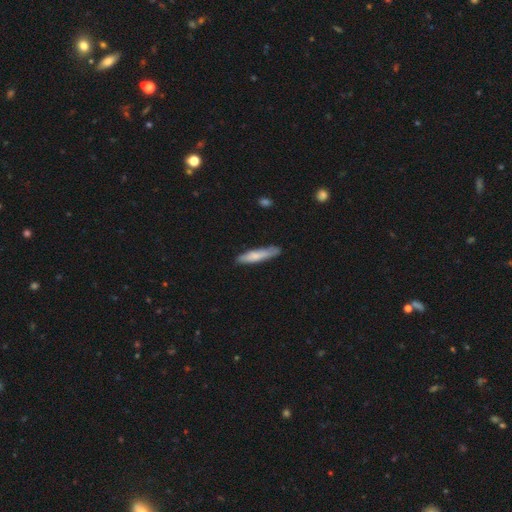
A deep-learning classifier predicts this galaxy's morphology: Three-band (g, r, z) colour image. It shows a smooth galaxy with no disk features (71%) that is cigar-shaped (87%). Merging: none (80%).